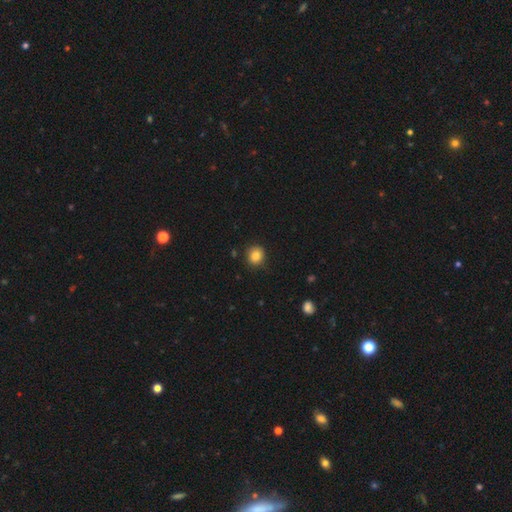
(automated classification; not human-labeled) Overall: smooth (84%). How rounded: round (81%). Merging: none (88%).